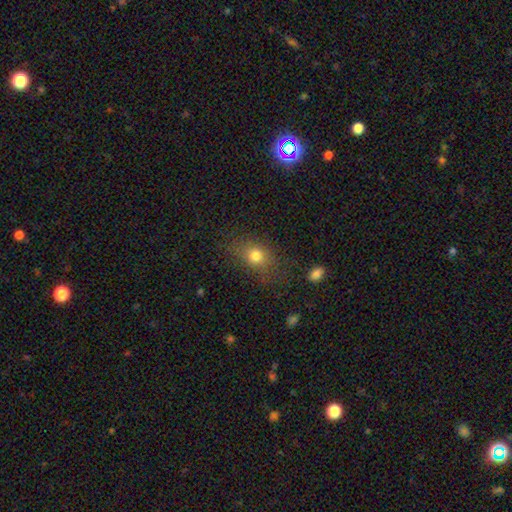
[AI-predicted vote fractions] The model was most divided on "how rounded": round: 49%, in between: 48%, cigar-shaped: 3%. More confident: smooth or featured — smooth (75%); merging — none (74%).